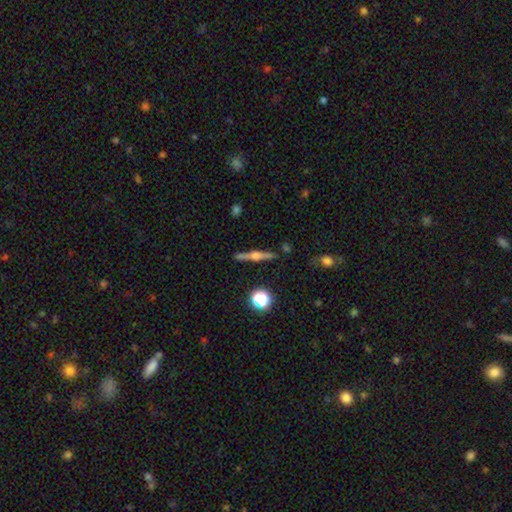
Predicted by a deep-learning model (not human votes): smooth-or-featured: featured or disk: 72% | smooth: 20% | star or artifact: 8%
  disk-edge-on: yes: 98% | no: 2%
    edge-on-bulge: rounded: 89% | boxy: 8% | none: 3%
  merging: none: 88% | minor disturbance: 8% | merger: 2% | major disturbance: 2%